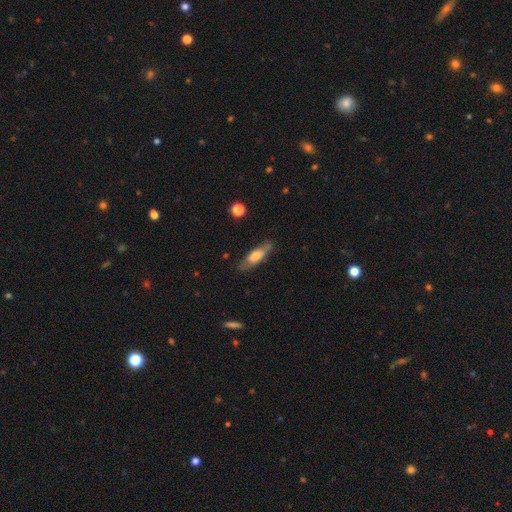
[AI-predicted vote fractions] smooth_or_featured: smooth (p=0.52) [alt: featured or disk p=0.42]
how_rounded: in between (p=0.49) [tied with: cigar-shaped p=0.49]
merging: none (p=0.72) [alt: minor disturbance p=0.20]